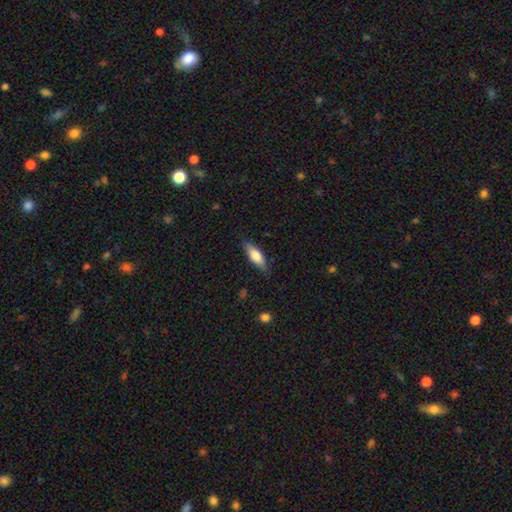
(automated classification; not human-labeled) Smooth or featured: smooth — 72% (featured or disk — 22%)
How rounded: in between — 57% (cigar-shaped — 40%)
Merging: none — 82% (minor disturbance — 14%)